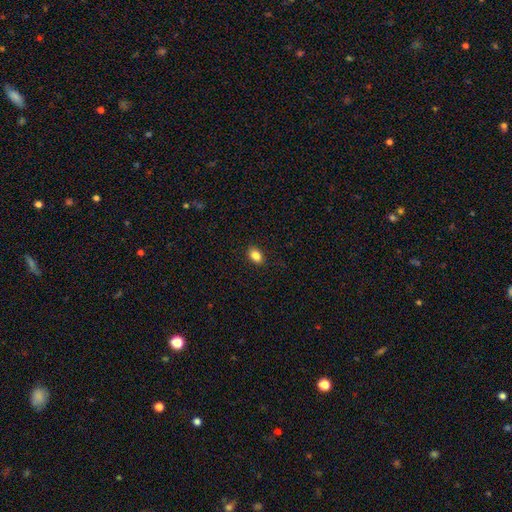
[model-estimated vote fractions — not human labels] Morphology: type=smooth (85%); roundness=in between (82%); merging=none (89%).